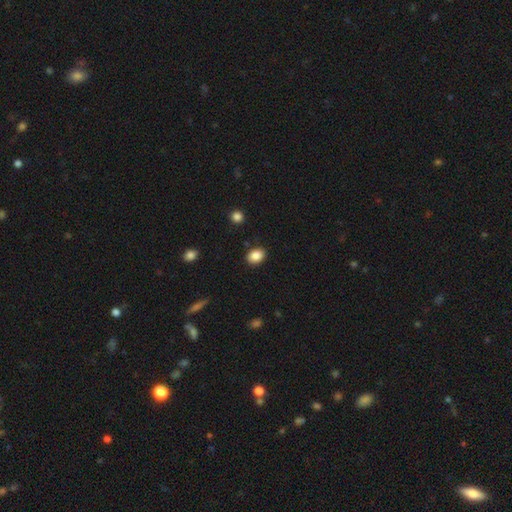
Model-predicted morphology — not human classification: type=smooth (87%); roundness=in between (67%); merging=none (87%).